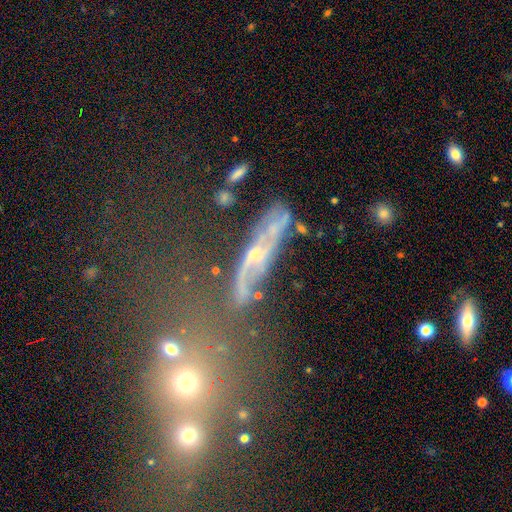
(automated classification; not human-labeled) Smooth or featured: featured or disk — 69% (smooth — 18%)
Edge-on disk: no — 71% (yes — 29%)
Merging: none — 49% (minor disturbance — 22%)